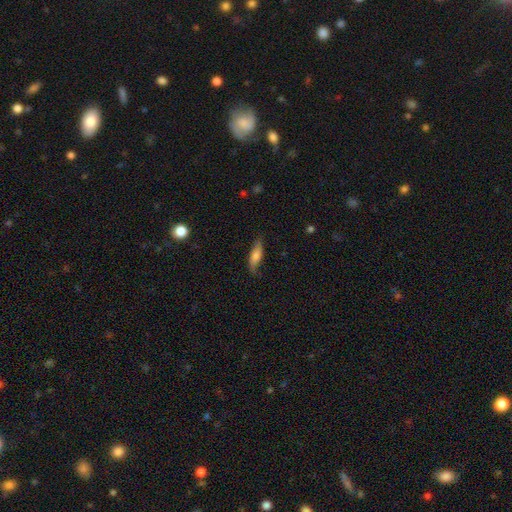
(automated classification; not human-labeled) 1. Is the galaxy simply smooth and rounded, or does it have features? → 62% smooth, 31% featured or disk, 7% star or artifact.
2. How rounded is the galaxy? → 49% in between, 48% cigar-shaped, 3% round.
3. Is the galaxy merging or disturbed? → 69% none, 24% minor disturbance, 6% major disturbance, 2% merger.